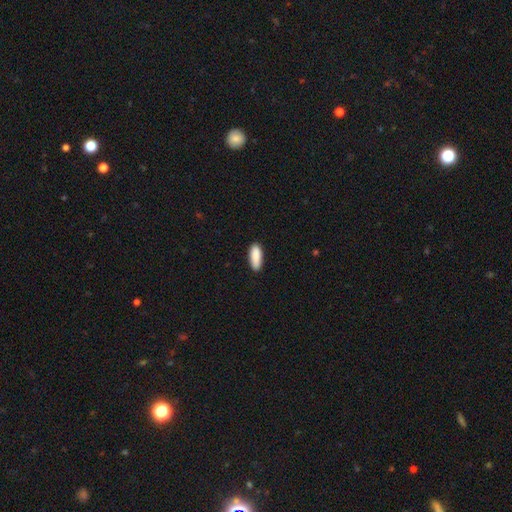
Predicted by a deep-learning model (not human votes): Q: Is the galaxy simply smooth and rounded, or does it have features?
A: smooth — 89%.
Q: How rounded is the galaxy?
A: in between — 70%.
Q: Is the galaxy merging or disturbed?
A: none — 86%.